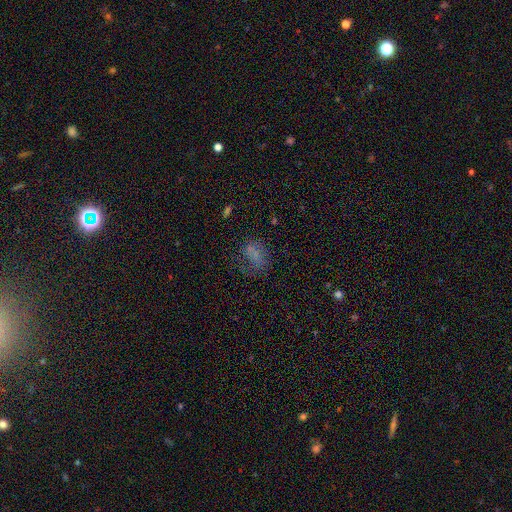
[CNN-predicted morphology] Overall: smooth (58%; star or artifact 23%). How rounded: in between (67%; round 30%). Merging: none (44%; major disturbance 28%).